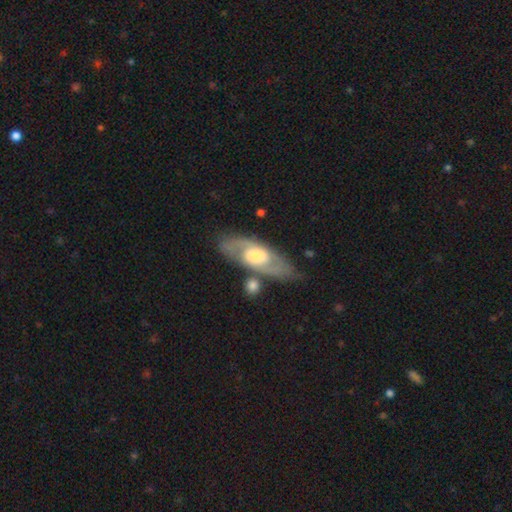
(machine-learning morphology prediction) featured or disk 71%, smooth 24%, star or artifact 5%. Down the decision tree: edge-on disk — no (83%); bar — no (50%); spiral arms — yes (78%); bulge size — moderate (57%); merging — none (71%).